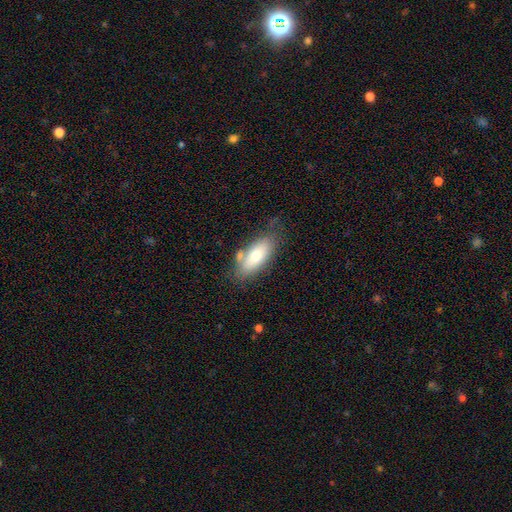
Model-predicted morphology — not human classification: smooth_or_featured: smooth (p=0.69) [alt: featured or disk p=0.23]
how_rounded: in between (p=0.82) [alt: cigar-shaped p=0.15]
merging: none (p=0.66) [alt: minor disturbance p=0.19]